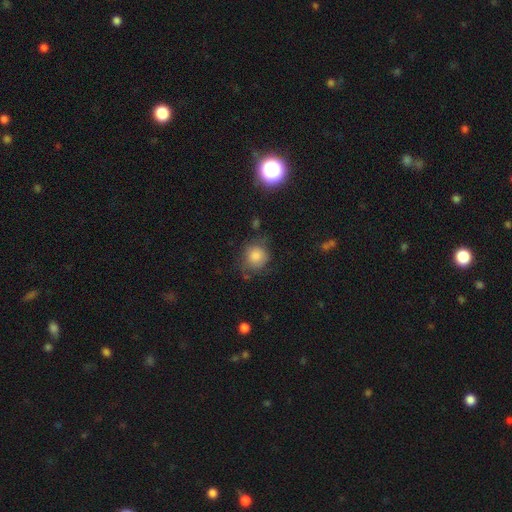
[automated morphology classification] type=smooth (78%); roundness=round (84%); merging=none (63%).